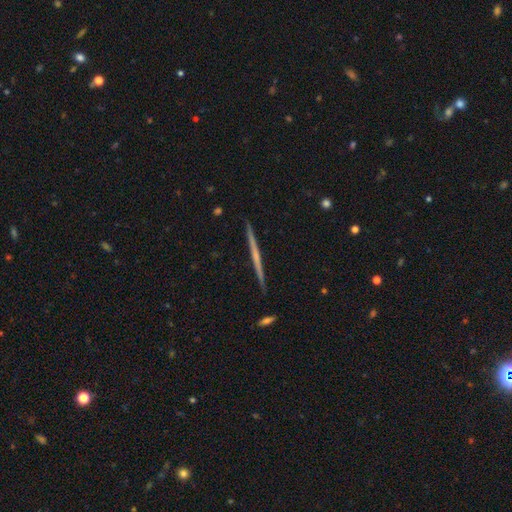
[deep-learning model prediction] This appears to be a featured or disk galaxy (66%) viewed edge-on (98%) with no central bulge (80%). Merging: none (93%).